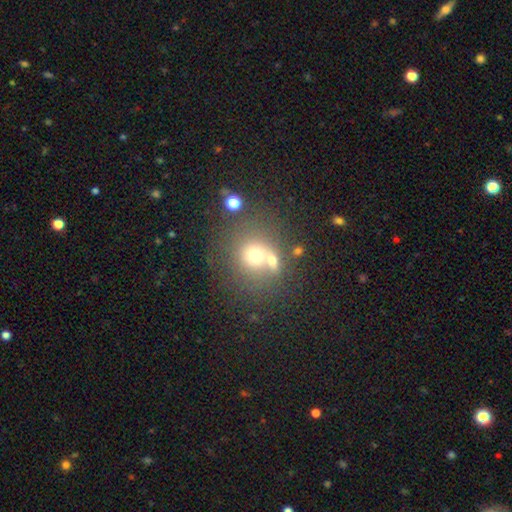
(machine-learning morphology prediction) A smooth galaxy with no disk features (66%) that is round (81%).

Vote fractions:
- Smooth or featured? smooth: 66% / featured or disk: 18% / star or artifact: 16%
- How rounded? round: 81% / in between: 18% / cigar-shaped: 1%
- Merging? none: 43% / merger: 40% / minor disturbance: 10% / major disturbance: 7%